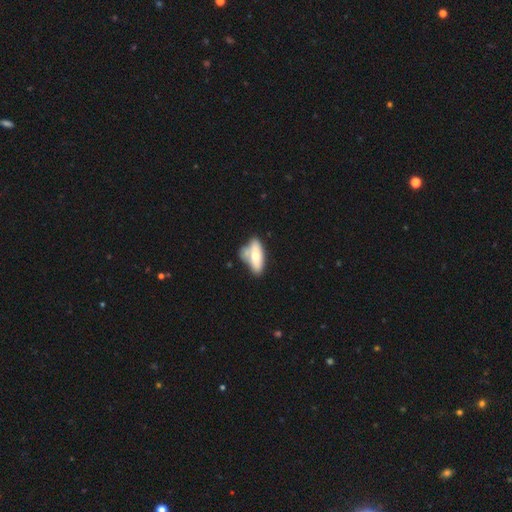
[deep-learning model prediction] Smooth or featured? Predicted: smooth (p=0.59). How rounded? Predicted: in between (p=0.71). Merging? Predicted: none (p=0.42).